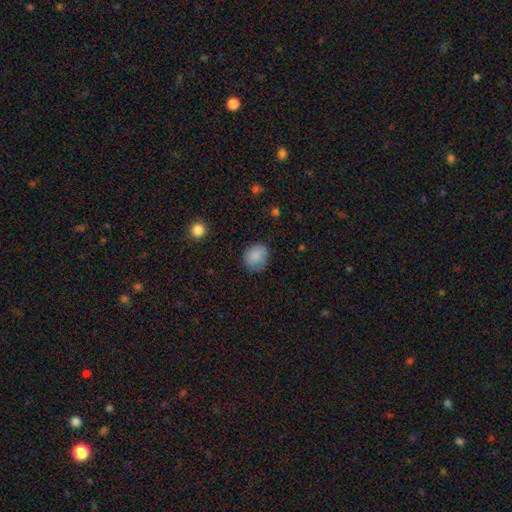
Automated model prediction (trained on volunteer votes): Morphology: type=smooth (86%); roundness=round (68%); merging=none (76%).